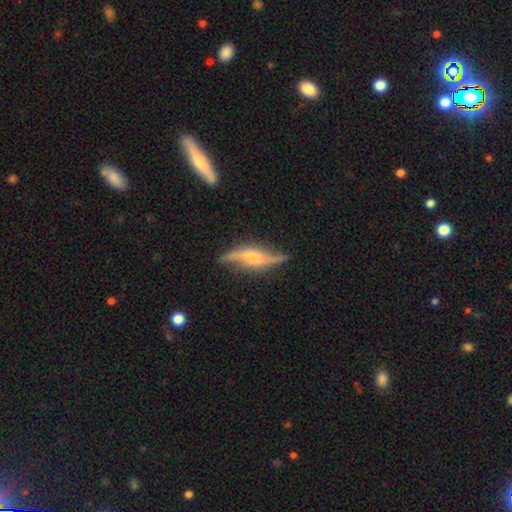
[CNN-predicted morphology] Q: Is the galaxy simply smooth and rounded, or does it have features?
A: featured or disk — 84%.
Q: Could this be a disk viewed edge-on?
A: no — 54%.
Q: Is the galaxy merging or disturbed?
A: none — 73%.